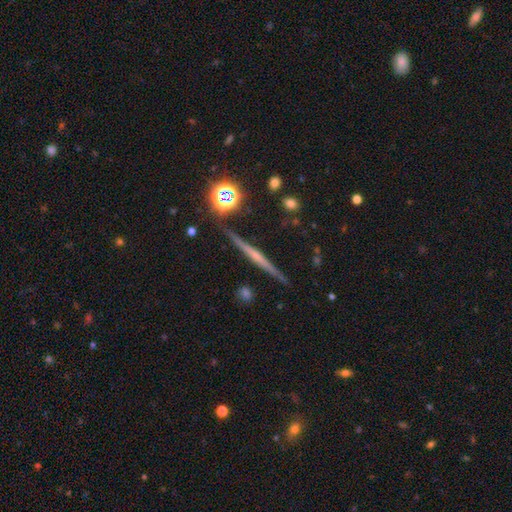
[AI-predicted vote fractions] Morphology: type=featured or disk (64%); edge-on=yes (97%); edge-on bulge=none (58%); merging=none (89%).